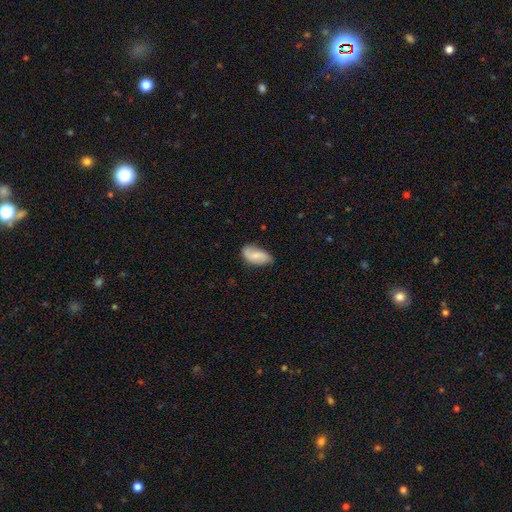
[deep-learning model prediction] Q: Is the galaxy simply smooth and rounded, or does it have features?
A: smooth — 58%.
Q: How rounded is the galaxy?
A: in between — 93%.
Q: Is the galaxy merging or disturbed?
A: none — 61%.